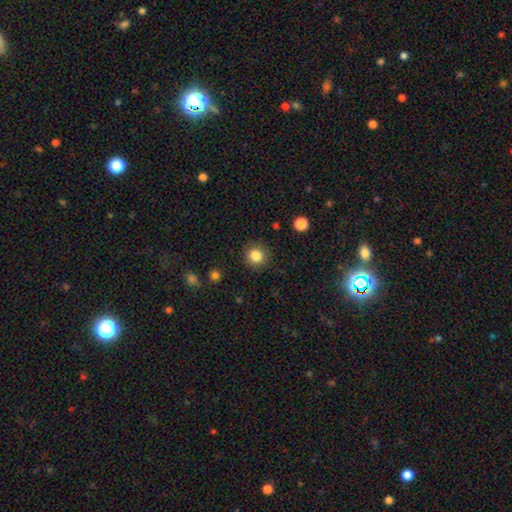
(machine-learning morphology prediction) This is clearly a smooth galaxy (84%). How rounded: clearly round (93%). Merging: clearly none (89%).